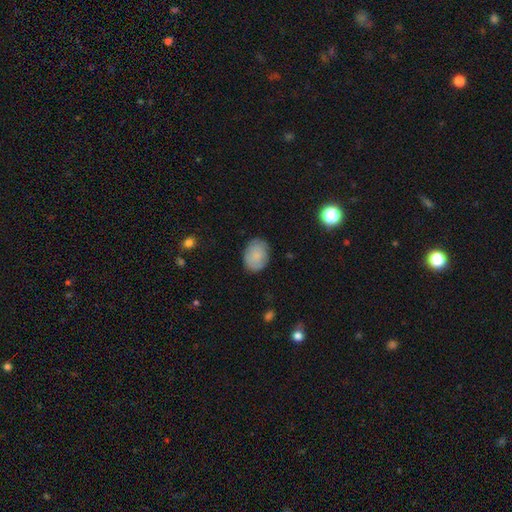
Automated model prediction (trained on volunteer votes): This appears to be a smooth galaxy with no disk features (76%) that is in between round and cigar-shaped (67%). Merging: none (81%).